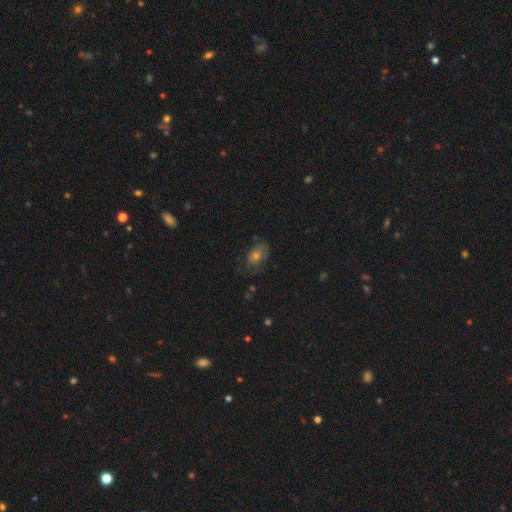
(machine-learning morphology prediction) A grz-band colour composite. It shows a smooth galaxy with no disk features (48%). Merging: none (64%).